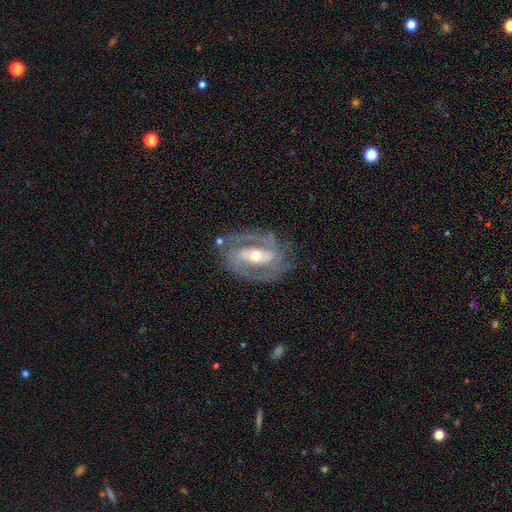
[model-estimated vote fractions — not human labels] This appears to be a featured or disk galaxy (88%) with a strong bar (53%), 2 (79%) tight (48%) spiral arms (93%) and a moderate central bulge (64%). Merging: none (76%).